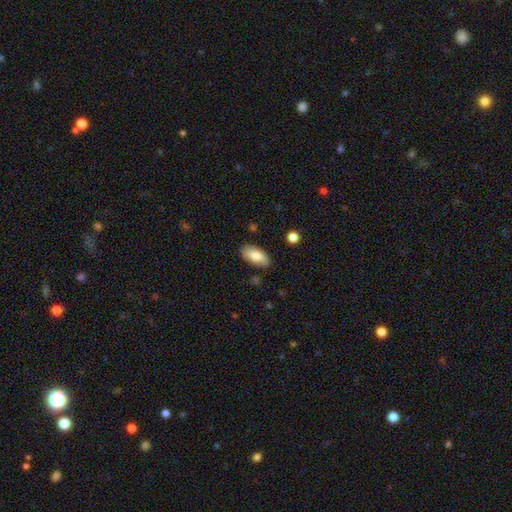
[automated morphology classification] The model was most divided on "smooth or featured": smooth: 83%, featured or disk: 11%, star or artifact: 7%. More confident: how rounded — in between (91%); merging — none (84%).